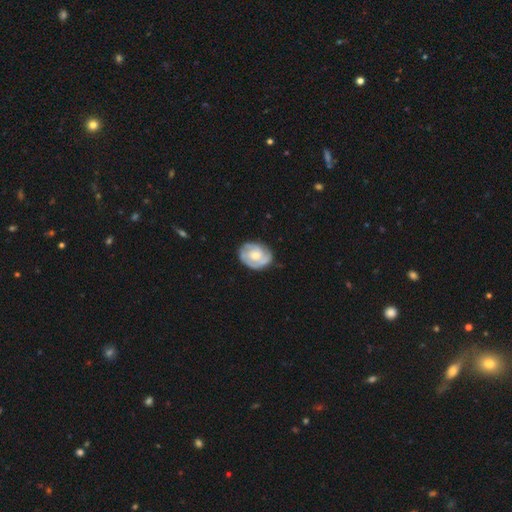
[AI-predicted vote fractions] Smooth or featured: featured or disk — 73% (smooth — 22%)
Edge-on disk: no — 98% (yes — 2%)
Bar: no — 70% (weak — 26%)
Spiral arms: yes — 89% (no — 11%)
Spiral winding: tight — 65% (medium — 28%)
Spiral arm count: 2 — 40% (can't tell — 26%)
Bulge size: moderate — 55% (small — 31%)
Merging: none — 74% (minor disturbance — 19%)